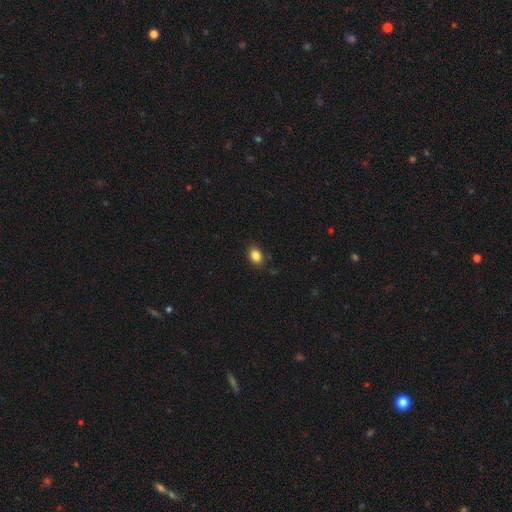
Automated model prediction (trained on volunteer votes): Overall: smooth (85%). How rounded: in between (71%). Merging: none (84%).